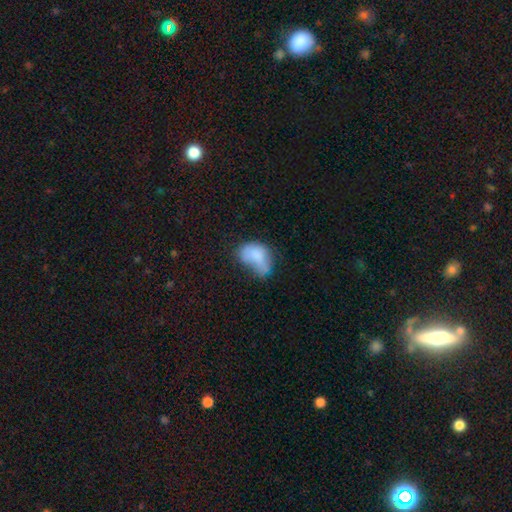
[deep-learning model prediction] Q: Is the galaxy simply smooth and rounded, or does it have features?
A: smooth — 72%.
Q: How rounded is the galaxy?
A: in between — 86%.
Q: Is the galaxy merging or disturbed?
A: minor disturbance — 31%, tied with major disturbance.